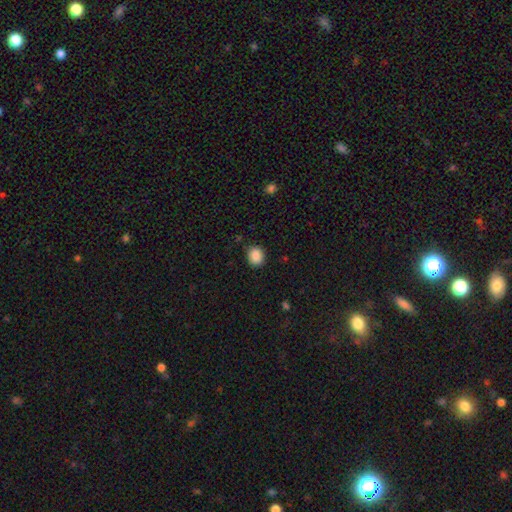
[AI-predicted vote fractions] A smooth galaxy with no disk features (88%) that is round (67%).

Vote fractions:
- Smooth or featured? smooth: 88% / star or artifact: 9% / featured or disk: 3%
- How rounded? round: 67% / in between: 32% / cigar-shaped: 1%
- Merging? none: 87% / minor disturbance: 10% / major disturbance: 2% / merger: 1%